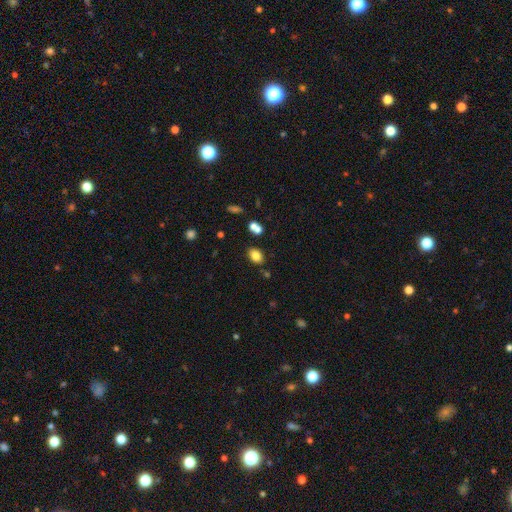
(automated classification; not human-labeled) Q: Smooth or featured?
A: smooth (83%); runner-up: star or artifact (11%)
Q: How rounded?
A: in between (76%); runner-up: round (23%)
Q: Merging?
A: none (79%); runner-up: minor disturbance (11%)